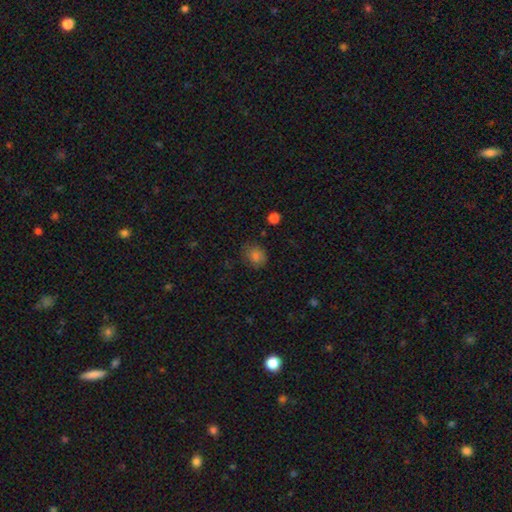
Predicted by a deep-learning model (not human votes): Smooth or featured? Predicted: smooth (p=0.80). How rounded? Predicted: round (p=0.59). Merging? Predicted: none (p=0.77).